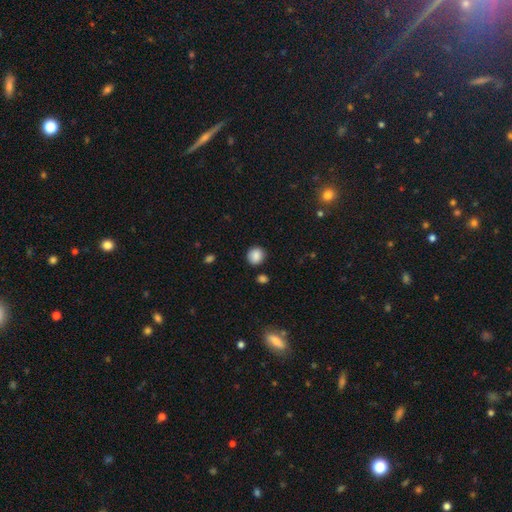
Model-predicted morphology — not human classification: Overall: smooth (87%). How rounded: round (85%). Merging: none (86%).